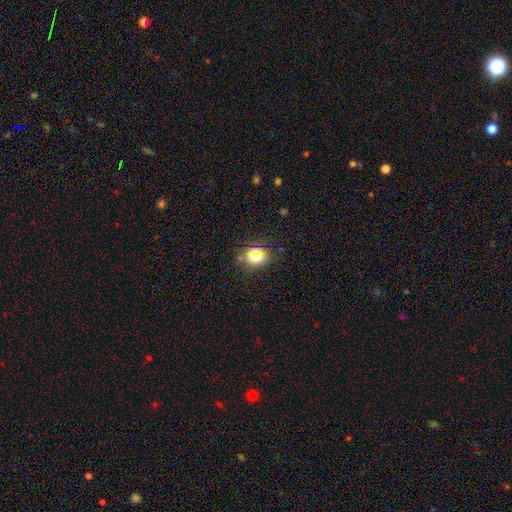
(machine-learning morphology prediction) A smooth galaxy with no disk features (62%) that is round (58%).

Vote fractions:
- Smooth or featured? smooth: 62% / star or artifact: 27% / featured or disk: 10%
- How rounded? round: 58% / in between: 39% / cigar-shaped: 3%
- Merging? none: 82% / minor disturbance: 11% / major disturbance: 4% / merger: 2%